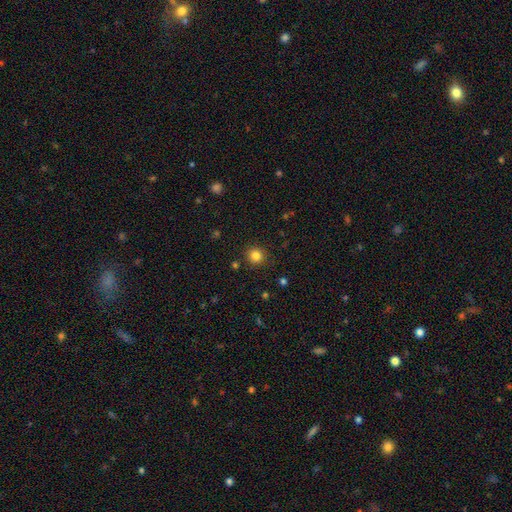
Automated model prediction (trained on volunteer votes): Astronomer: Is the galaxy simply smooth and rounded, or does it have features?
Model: smooth — 83%.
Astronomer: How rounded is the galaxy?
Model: round — 91%.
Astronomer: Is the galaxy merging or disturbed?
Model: none — 88%.